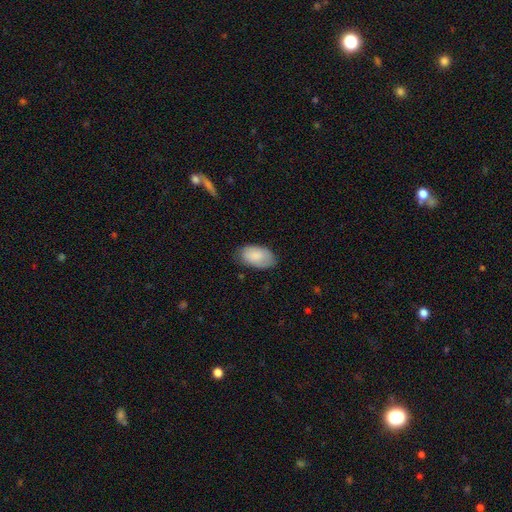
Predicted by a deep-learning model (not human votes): A smooth galaxy with no disk features (86%) that is in between round and cigar-shaped (95%). Merging: none (74%).